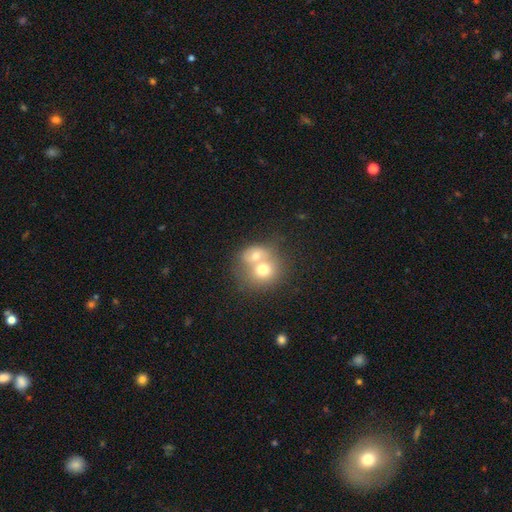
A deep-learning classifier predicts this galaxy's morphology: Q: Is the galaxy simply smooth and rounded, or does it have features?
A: smooth — 65%.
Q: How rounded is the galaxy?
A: round — 67%.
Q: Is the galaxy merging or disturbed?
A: merger — 70%.